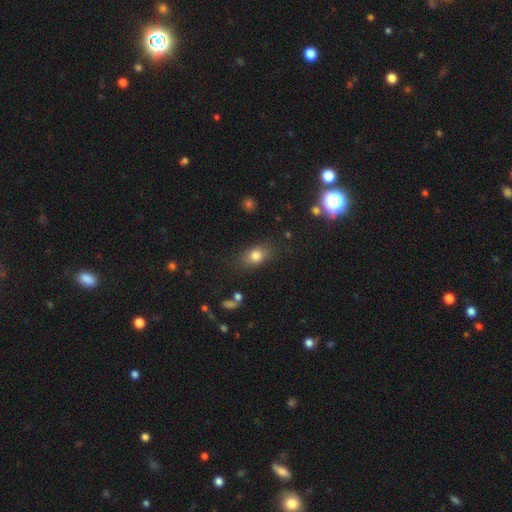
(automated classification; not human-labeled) This is likely a smooth galaxy (78%). How rounded: likely in between (71%). Merging: likely none (77%).